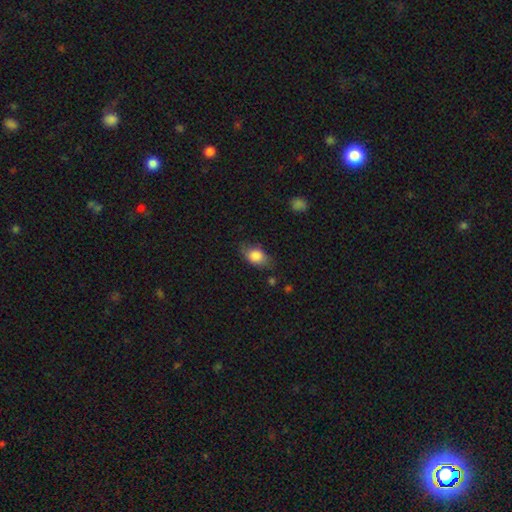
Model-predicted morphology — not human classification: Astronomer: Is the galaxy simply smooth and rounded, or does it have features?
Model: smooth — 82%.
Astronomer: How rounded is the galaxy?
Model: in between — 79%.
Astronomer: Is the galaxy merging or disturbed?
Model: none — 68%.